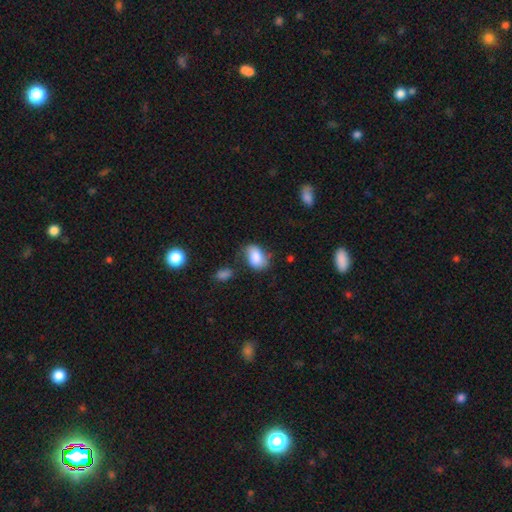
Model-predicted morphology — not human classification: smooth_or_featured: smooth (p=0.81) [alt: featured or disk p=0.11]
how_rounded: in between (p=0.85) [alt: round p=0.14]
merging: none (p=0.54) [alt: minor disturbance p=0.29]